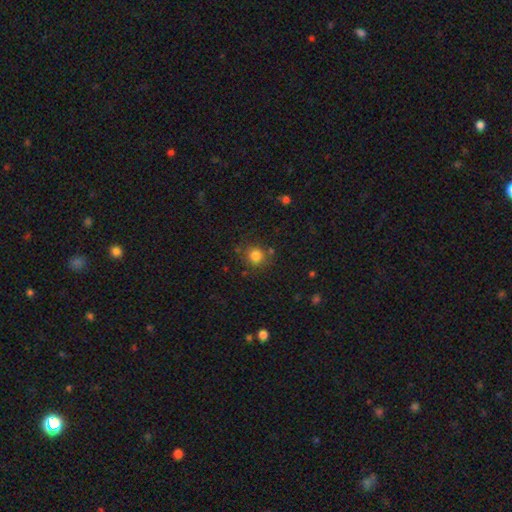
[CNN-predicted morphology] Smooth or featured? Predicted: smooth (p=0.81). How rounded? Predicted: round (p=0.89). Merging? Predicted: none (p=0.78).